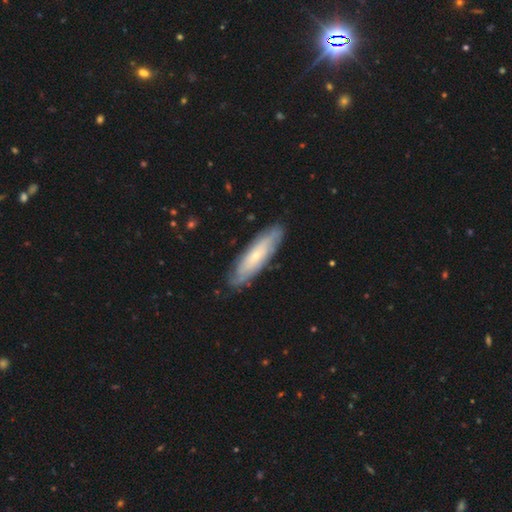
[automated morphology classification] This appears to be a featured or disk galaxy (59%). Merging: none (84%).